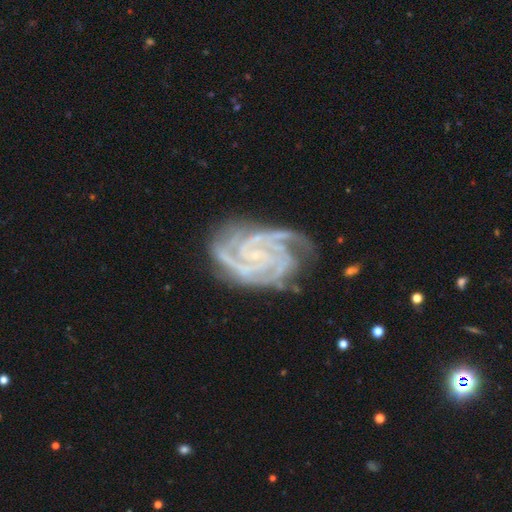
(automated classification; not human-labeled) Smooth or featured?
  - featured or disk: 92% *
  - star or artifact: 5%
  - smooth: 3%
Edge-on disk?
  - no: 98% *
  - yes: 2%
Bar?
  - no: 58% *
  - weak: 29%
  - strong: 13%
Spiral arms?
  - yes: 99% *
  - no: 1%
Spiral winding?
  - tight: 73% *
  - medium: 24%
  - loose: 3%
Spiral arm count?
  - 3: 35% *
  - 4: 27%
  - 2: 13%
  - can't tell: 10%
  - more than 4: 8%
  - 1: 7%
Bulge size?
  - small: 81% *
  - none: 10%
  - moderate: 7%
  - large: 1%
  - dominant: 1%
Merging?
  - none: 68% *
  - minor disturbance: 21%
  - major disturbance: 9%
  - merger: 2%